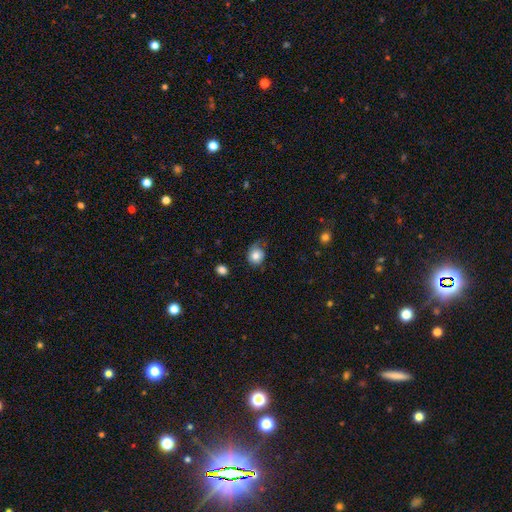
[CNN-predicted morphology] The model was most divided on "merging": none: 52%, minor disturbance: 32%, major disturbance: 13%, merger: 2%. More confident: smooth or featured — smooth (79%); how rounded — round (76%).